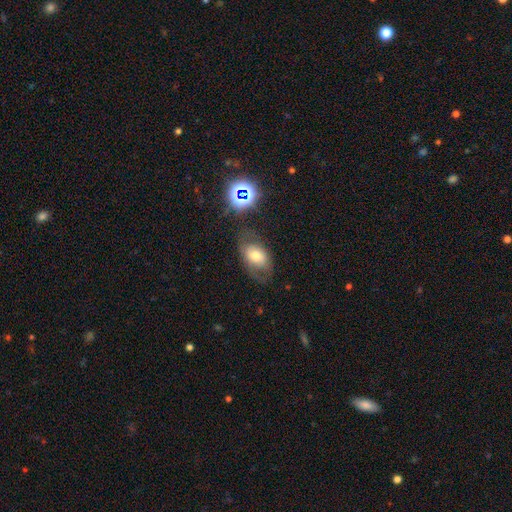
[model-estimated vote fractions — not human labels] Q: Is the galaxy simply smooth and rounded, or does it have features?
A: smooth — 58%.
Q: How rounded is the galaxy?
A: in between — 86%.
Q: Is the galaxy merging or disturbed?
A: none — 59%.